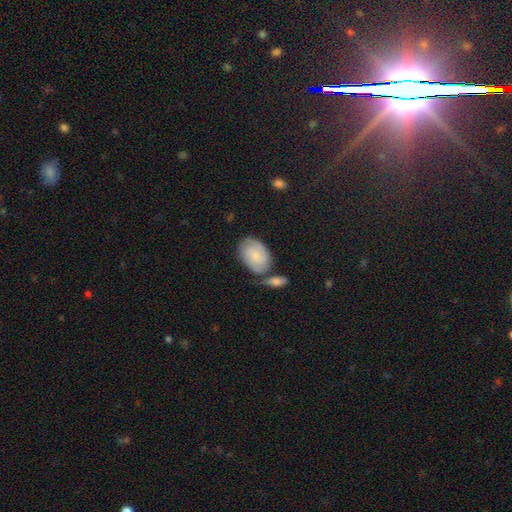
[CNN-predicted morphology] Smooth or featured? Predicted: smooth (p=0.50). Merging? Predicted: none (p=0.54).